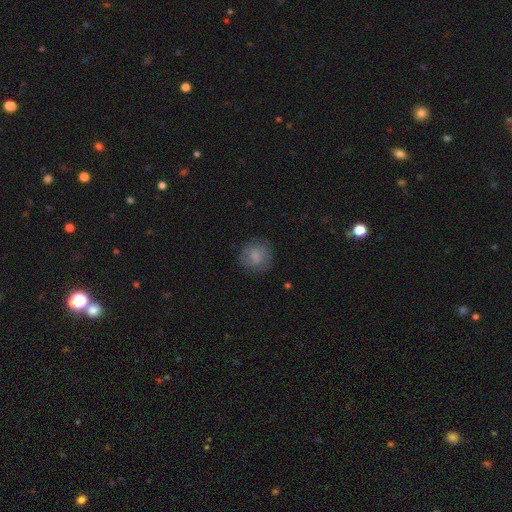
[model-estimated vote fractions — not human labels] Smooth or featured? smooth (68%)
How rounded? round (86%)
Merging? none (76%)